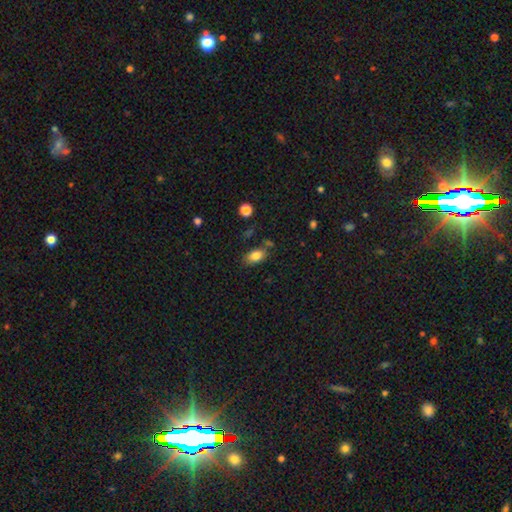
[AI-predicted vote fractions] Smooth or featured?
  - smooth: 82% *
  - star or artifact: 9%
  - featured or disk: 9%
How rounded?
  - in between: 87% *
  - round: 10%
  - cigar-shaped: 3%
Merging?
  - none: 72% *
  - minor disturbance: 16%
  - merger: 8%
  - major disturbance: 4%